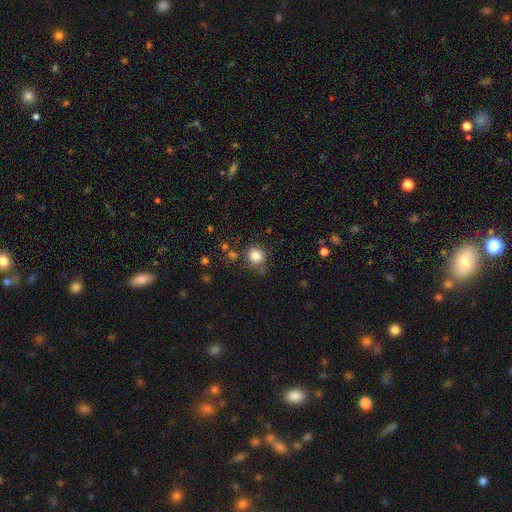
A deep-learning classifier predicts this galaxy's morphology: Q: Smooth or featured?
A: smooth (83%); runner-up: star or artifact (11%)
Q: How rounded?
A: round (85%); runner-up: in between (14%)
Q: Merging?
A: none (76%); runner-up: minor disturbance (15%)